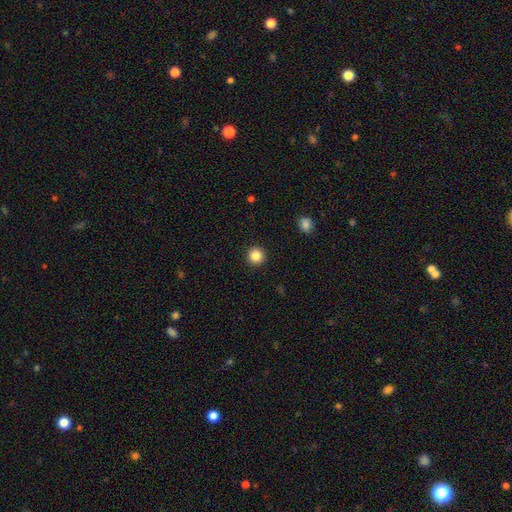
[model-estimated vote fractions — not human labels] Morphology: type=smooth (85%); roundness=round (95%); merging=none (93%).